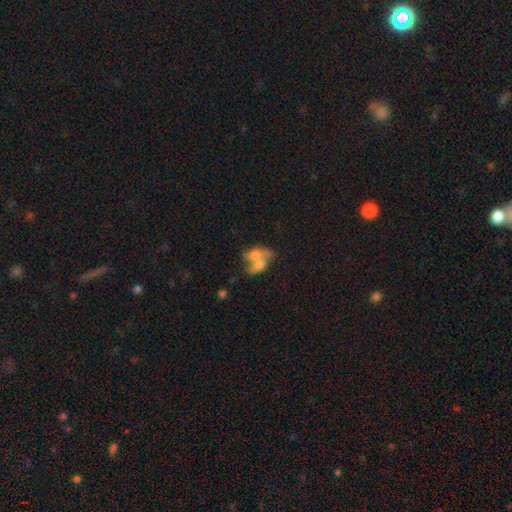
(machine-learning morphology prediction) Smooth or featured? Predicted: smooth (p=0.57). How rounded? Predicted: in between (p=0.74). Merging? Predicted: merger (p=0.72).